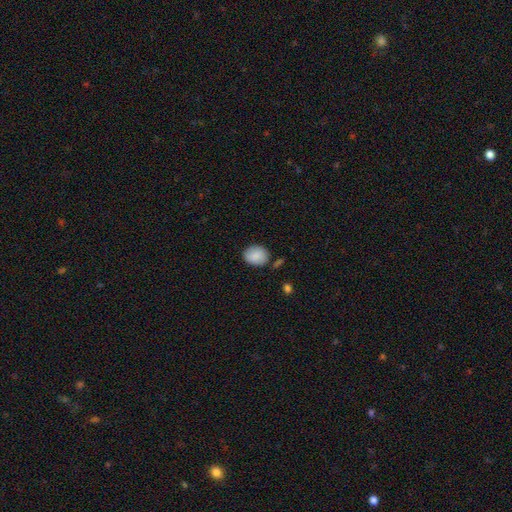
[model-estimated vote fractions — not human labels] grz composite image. It shows a smooth galaxy with no disk features (87%) that is round (54%). Merging: none (78%).